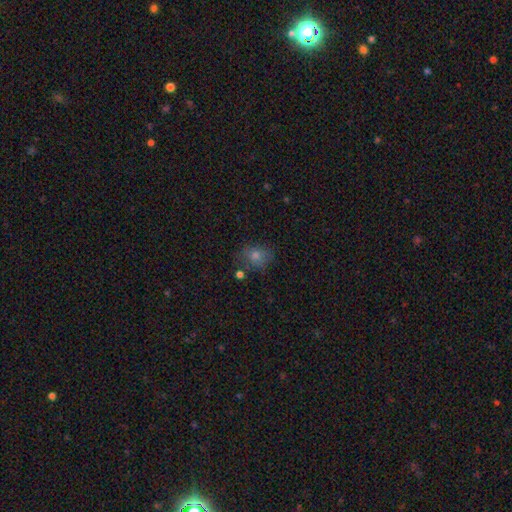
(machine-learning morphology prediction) smooth 66%, star or artifact 21%, featured or disk 13%. Down the decision tree: how rounded — round (58%); merging — none (74%).